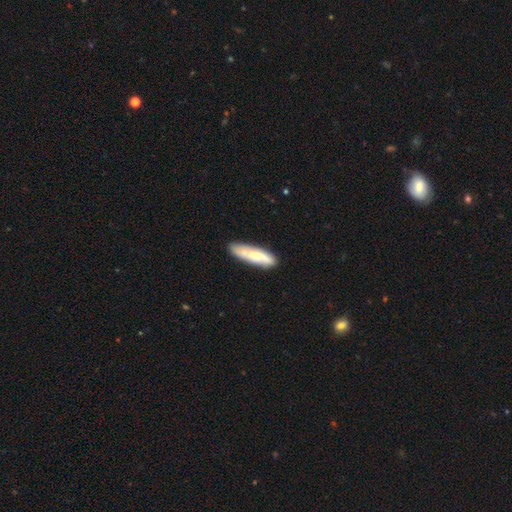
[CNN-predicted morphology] Smooth or featured?
  - smooth: 60% *
  - featured or disk: 34%
  - star or artifact: 6%
How rounded?
  - cigar-shaped: 68% *
  - in between: 30%
  - round: 2%
Merging?
  - none: 77% *
  - minor disturbance: 17%
  - major disturbance: 4%
  - merger: 3%